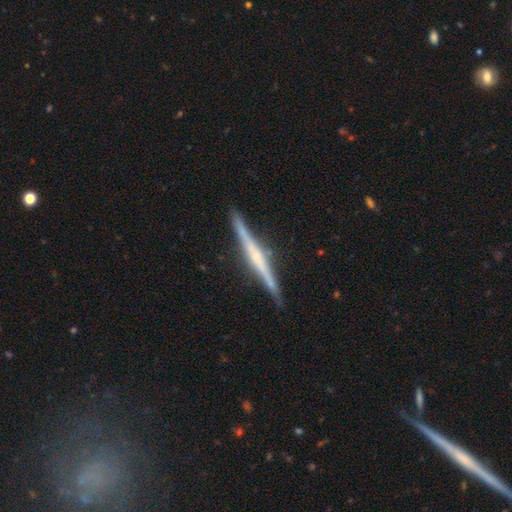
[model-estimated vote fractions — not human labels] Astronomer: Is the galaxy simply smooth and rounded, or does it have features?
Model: featured or disk — 78%.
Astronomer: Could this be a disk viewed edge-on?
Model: yes — 98%.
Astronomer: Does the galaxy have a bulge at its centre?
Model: rounded — 47% (runner-up: none, 33%).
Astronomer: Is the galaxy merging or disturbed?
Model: none — 89%.